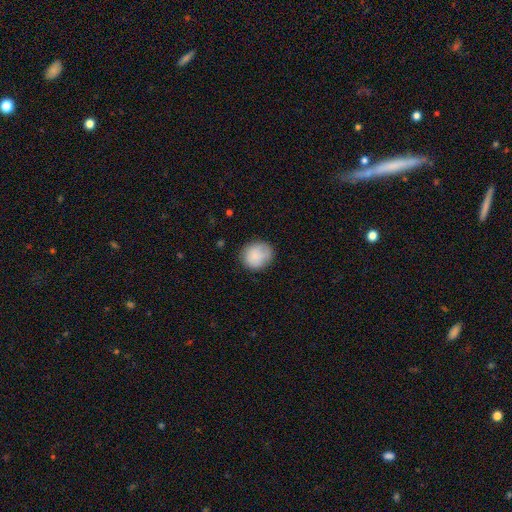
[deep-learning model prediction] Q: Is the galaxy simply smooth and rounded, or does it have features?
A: smooth — 83%.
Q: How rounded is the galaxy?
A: round — 77%.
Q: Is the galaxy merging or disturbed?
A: none — 76%.